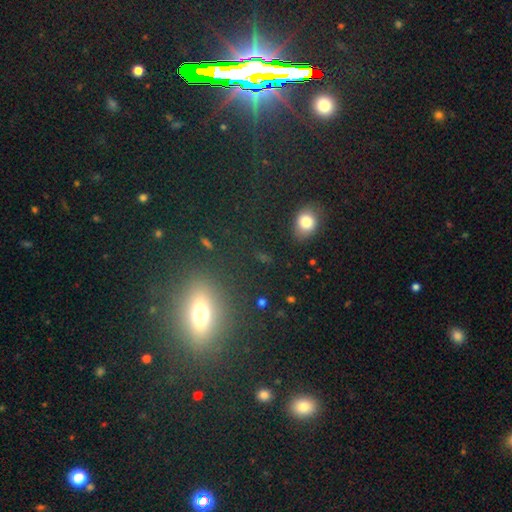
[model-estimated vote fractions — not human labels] A star or artifact, not a galaxy (41%).

Vote fractions:
- Smooth or featured? star or artifact: 41% / smooth: 39% / featured or disk: 20%